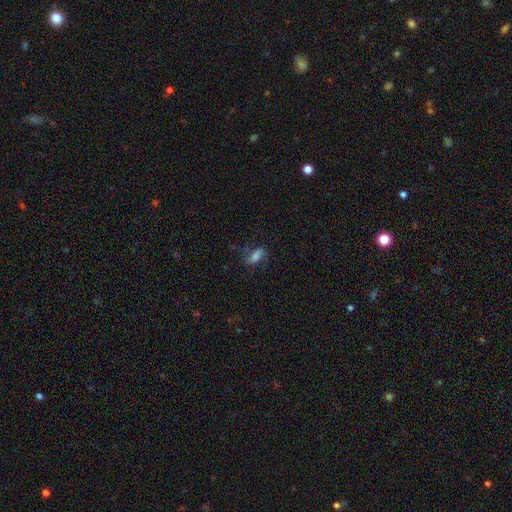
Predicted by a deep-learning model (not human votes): This is likely a smooth galaxy (64%). How rounded: likely in between (73%). Merging: likely none (62%).